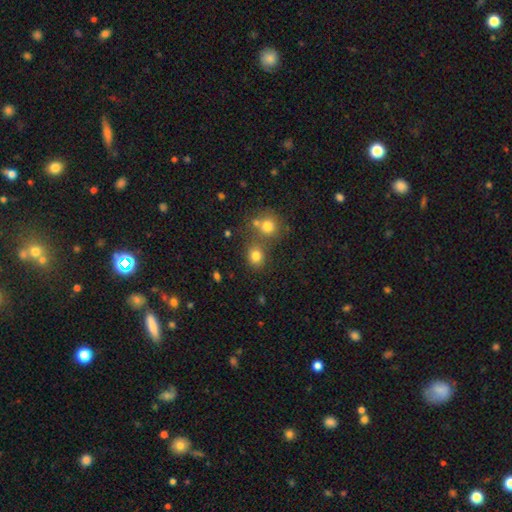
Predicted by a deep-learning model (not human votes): smooth 79%, star or artifact 14%, featured or disk 7%. Down the decision tree: how rounded — round (77%); merging — none (63%).